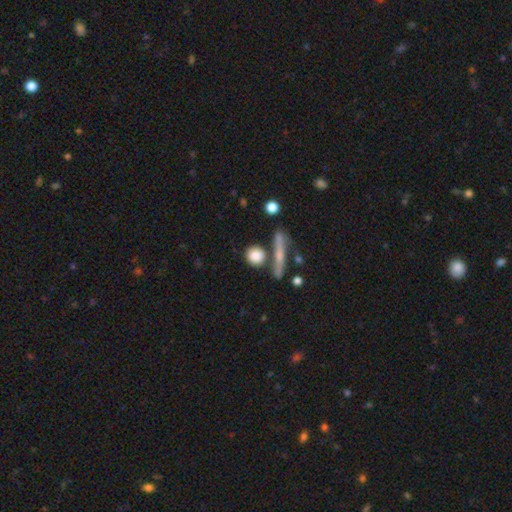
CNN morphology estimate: Overall: smooth (80%). How rounded: round (77%). Merging: none (71%).